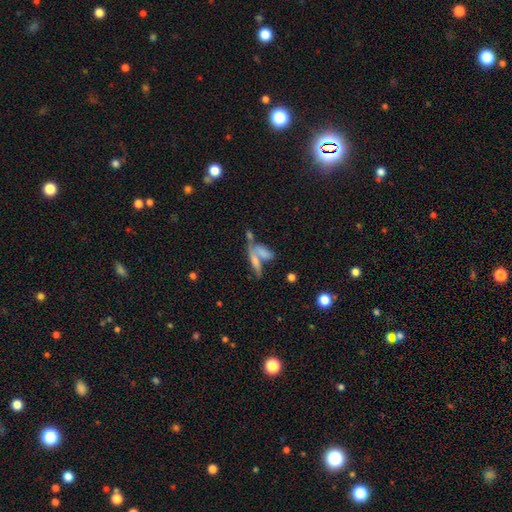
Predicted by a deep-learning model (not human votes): This appears to be a smooth galaxy with no disk features (55%) that is cigar-shaped (53%). Merging: merger (55%).